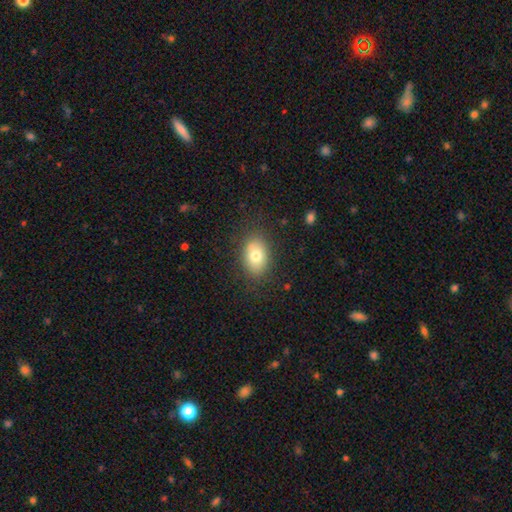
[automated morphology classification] smooth-or-featured: smooth: 75% | featured or disk: 15% | star or artifact: 9%
  how-rounded: in between: 80% | round: 19% | cigar-shaped: 1%
  merging: none: 80% | minor disturbance: 13% | major disturbance: 4% | merger: 3%